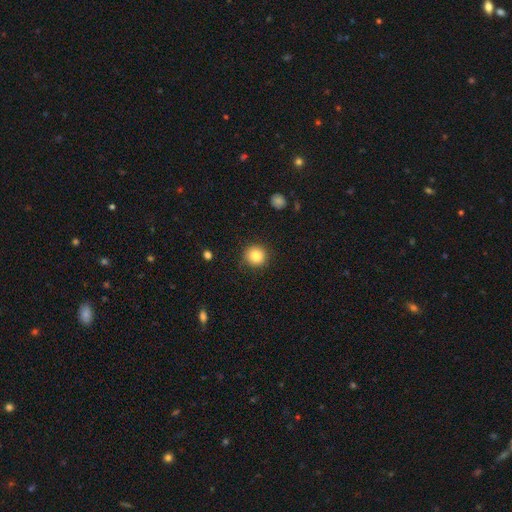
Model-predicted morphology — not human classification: The model was most divided on "smooth or featured": smooth: 85%, star or artifact: 10%, featured or disk: 6%. More confident: how rounded — round (93%); merging — none (87%).